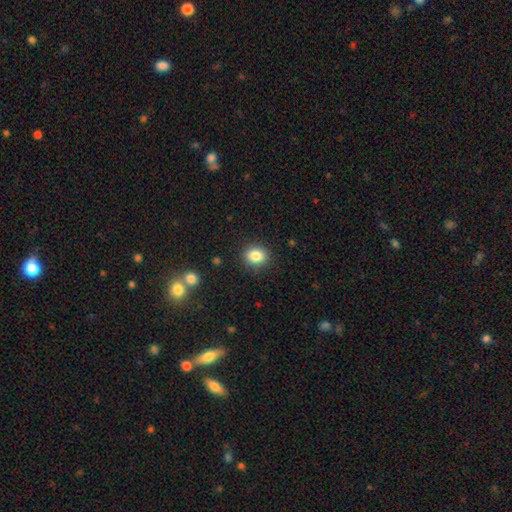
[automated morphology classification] A smooth galaxy with no disk features (84%) that is round (67%).

Vote fractions:
- Smooth or featured? smooth: 84% / star or artifact: 10% / featured or disk: 6%
- How rounded? round: 67% / in between: 32% / cigar-shaped: 1%
- Merging? none: 88% / minor disturbance: 8% / major disturbance: 2% / merger: 1%